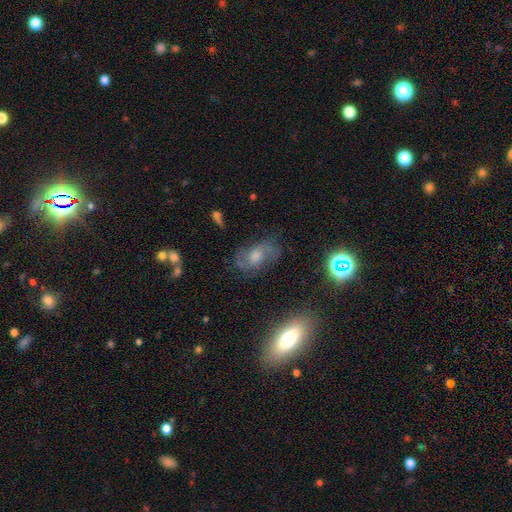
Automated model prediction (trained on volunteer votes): Q: Smooth or featured?
A: featured or disk (62%); runner-up: smooth (22%)
Q: Edge-on disk?
A: no (93%); runner-up: yes (7%)
Q: Bar?
A: no (65%); runner-up: weak (30%)
Q: Spiral arms?
A: yes (83%); runner-up: no (17%)
Q: Bulge size?
A: moderate (51%); runner-up: small (25%)
Q: Merging?
A: none (71%); runner-up: minor disturbance (17%)